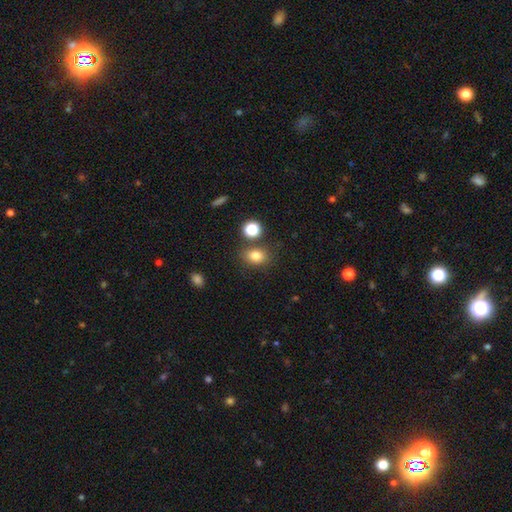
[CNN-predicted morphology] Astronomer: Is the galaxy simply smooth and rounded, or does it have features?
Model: smooth — 80%.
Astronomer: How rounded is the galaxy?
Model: in between — 56% (runner-up: round, 43%).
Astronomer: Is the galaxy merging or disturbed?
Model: none — 73%.